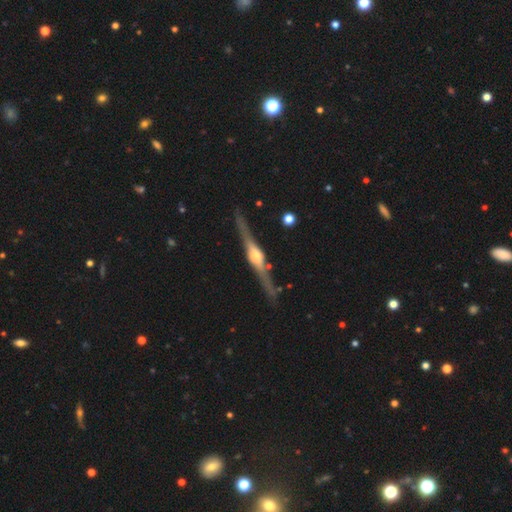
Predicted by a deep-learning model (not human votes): Q: Smooth or featured?
A: featured or disk (87%); runner-up: smooth (9%)
Q: Edge-on disk?
A: yes (98%); runner-up: no (2%)
Q: Edge-on bulge?
A: rounded (88%); runner-up: boxy (10%)
Q: Merging?
A: none (86%); runner-up: minor disturbance (9%)